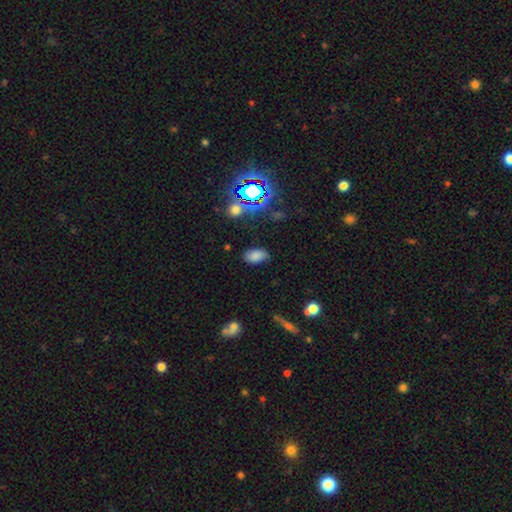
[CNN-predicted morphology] A smooth galaxy with no disk features (77%) that is in between round and cigar-shaped (93%). Merging: none (82%).